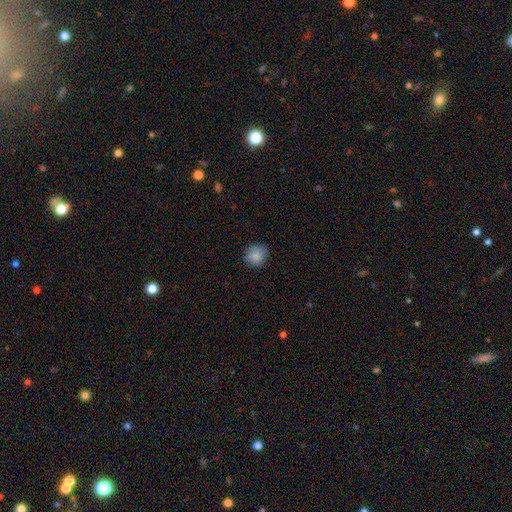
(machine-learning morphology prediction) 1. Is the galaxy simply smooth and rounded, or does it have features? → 85% smooth, 8% star or artifact, 7% featured or disk.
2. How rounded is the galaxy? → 81% round, 18% in between, 1% cigar-shaped.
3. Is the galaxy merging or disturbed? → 78% none, 17% minor disturbance, 4% major disturbance, 1% merger.